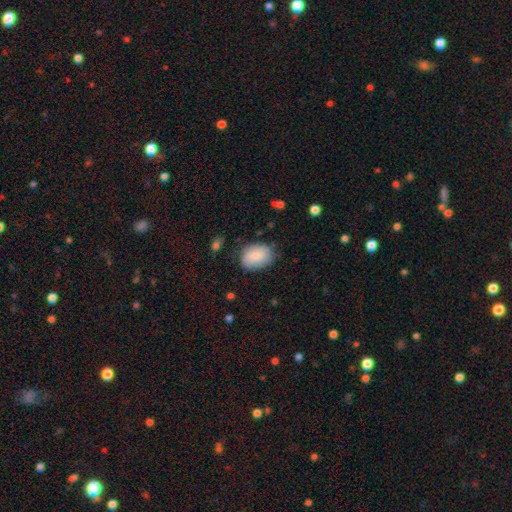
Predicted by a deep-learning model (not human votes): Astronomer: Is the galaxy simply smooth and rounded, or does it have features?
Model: smooth — 83%.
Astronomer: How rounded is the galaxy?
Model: in between — 77%.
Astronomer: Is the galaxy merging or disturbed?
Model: none — 69%.